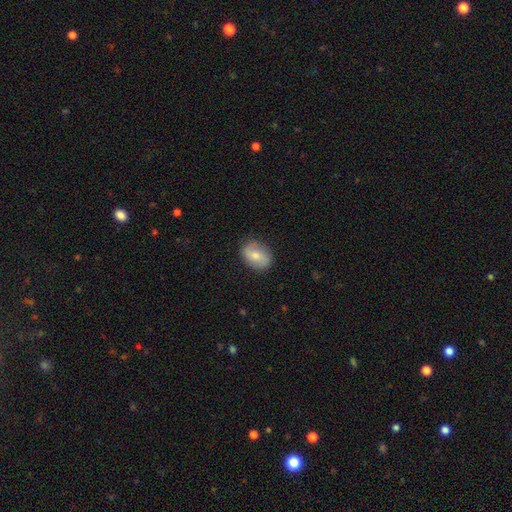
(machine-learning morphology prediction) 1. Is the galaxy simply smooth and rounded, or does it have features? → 56% smooth, 37% featured or disk, 7% star or artifact.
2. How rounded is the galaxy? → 73% in between, 25% round, 2% cigar-shaped.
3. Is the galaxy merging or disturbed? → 82% none, 13% minor disturbance, 3% major disturbance, 1% merger.